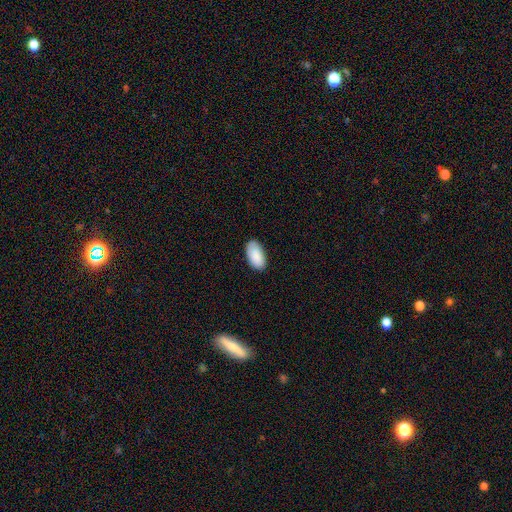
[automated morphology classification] A smooth galaxy with no disk features (90%) that is in between round and cigar-shaped (96%).

Vote fractions:
- Smooth or featured? smooth: 90% / star or artifact: 6% / featured or disk: 4%
- How rounded? in between: 96% / round: 2% / cigar-shaped: 2%
- Merging? none: 84% / minor disturbance: 13% / major disturbance: 2% / merger: 1%